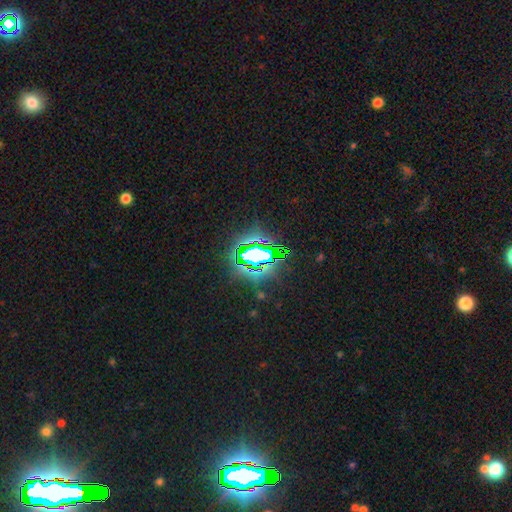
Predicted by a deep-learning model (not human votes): smooth_or_featured: star or artifact (p=0.72) [alt: smooth p=0.16]